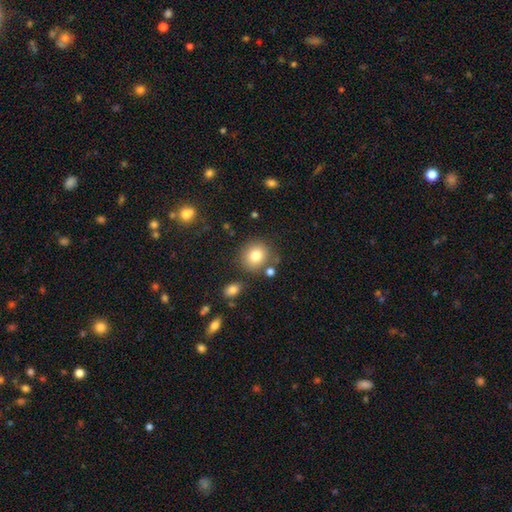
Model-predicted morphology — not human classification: Smooth or featured? Predicted: smooth (p=0.80). How rounded? Predicted: round (p=0.84). Merging? Predicted: none (p=0.78).